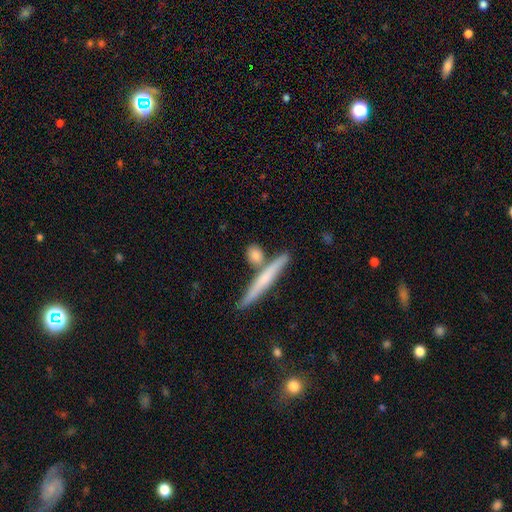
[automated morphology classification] smooth 73%, featured or disk 21%, star or artifact 6%. Down the decision tree: how rounded — cigar-shaped (45%); merging — none (67%).